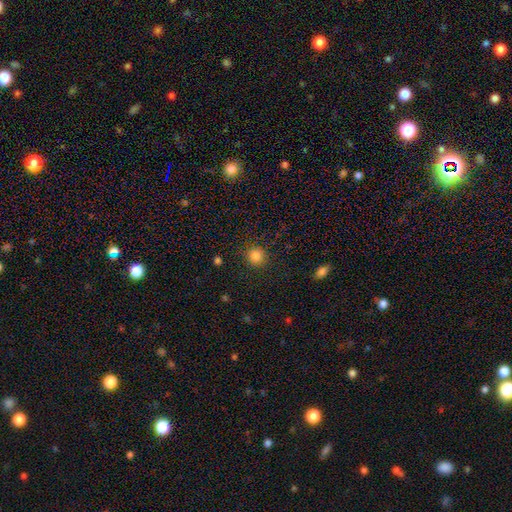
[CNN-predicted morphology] Smooth or featured?
  - smooth: 84% *
  - star or artifact: 12%
  - featured or disk: 4%
How rounded?
  - round: 93% *
  - in between: 6%
  - cigar-shaped: 1%
Merging?
  - none: 89% *
  - minor disturbance: 7%
  - major disturbance: 3%
  - merger: 1%